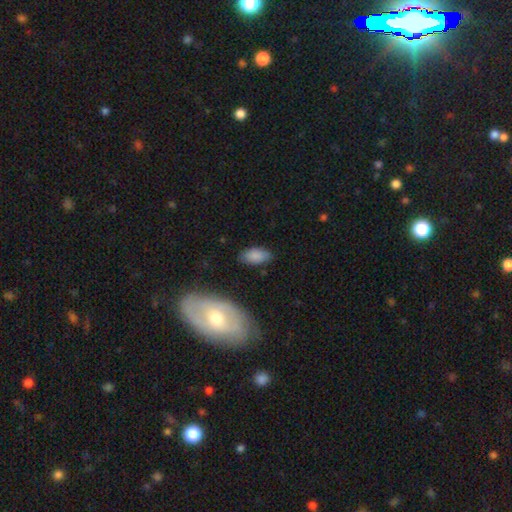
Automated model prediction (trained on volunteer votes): Smooth or featured? Predicted: smooth (p=0.84). How rounded? Predicted: in between (p=0.93). Merging? Predicted: none (p=0.80).